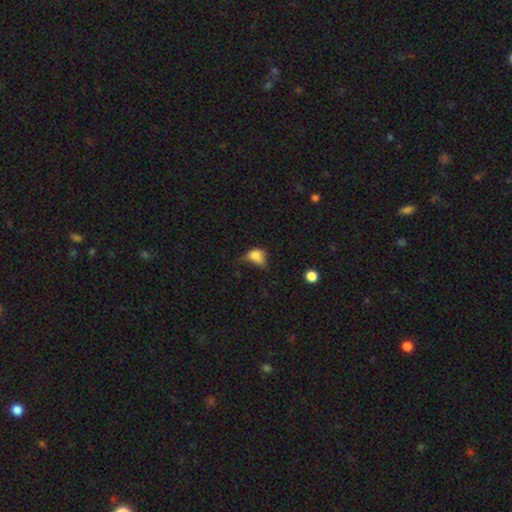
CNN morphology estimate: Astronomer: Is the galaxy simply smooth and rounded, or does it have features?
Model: smooth — 72%.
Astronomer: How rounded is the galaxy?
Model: in between — 75%.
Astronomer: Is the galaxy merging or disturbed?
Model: major disturbance — 38% (runner-up: minor disturbance, 34%).